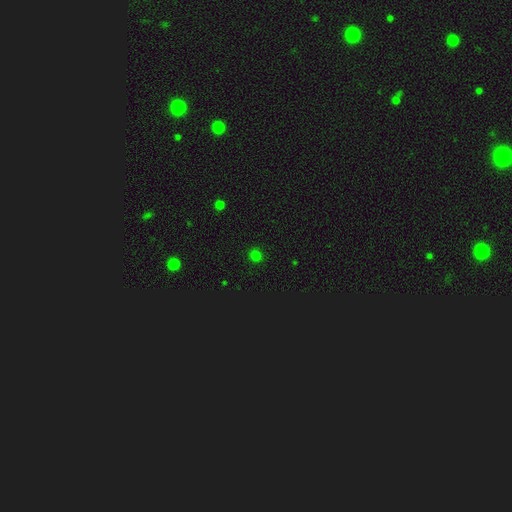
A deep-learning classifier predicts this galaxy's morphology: Smooth or featured: smooth — 73% (star or artifact — 23%)
How rounded: round — 91% (in between — 8%)
Merging: none — 91% (minor disturbance — 6%)